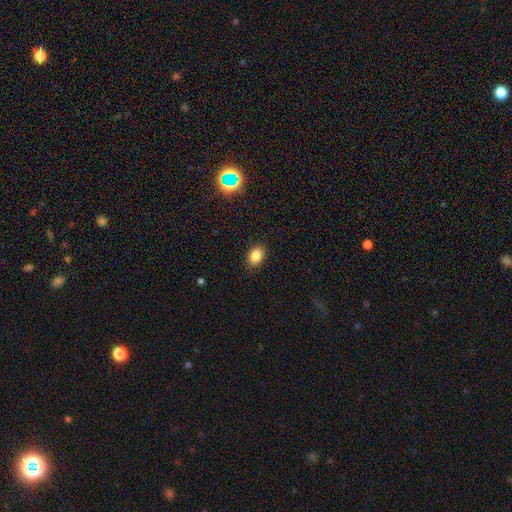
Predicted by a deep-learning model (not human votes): Smooth or featured?
  - smooth: 84% *
  - star or artifact: 11%
  - featured or disk: 4%
How rounded?
  - in between: 73% *
  - round: 25%
  - cigar-shaped: 1%
Merging?
  - none: 87% *
  - minor disturbance: 9%
  - major disturbance: 2%
  - merger: 1%